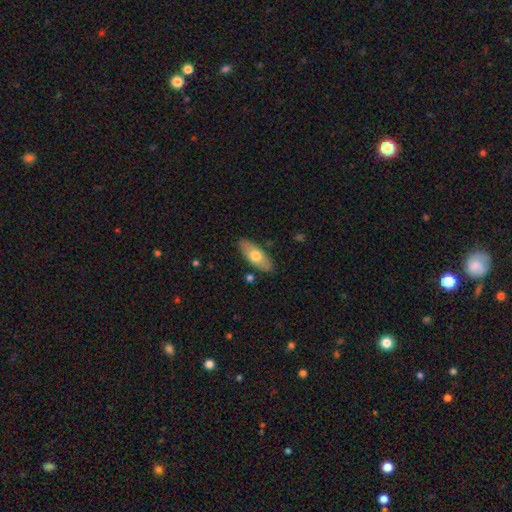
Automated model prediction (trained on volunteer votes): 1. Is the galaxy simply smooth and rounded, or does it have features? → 64% smooth, 30% featured or disk, 6% star or artifact.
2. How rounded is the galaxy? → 82% in between, 16% cigar-shaped, 3% round.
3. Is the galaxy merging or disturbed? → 85% none, 10% minor disturbance, 2% merger, 2% major disturbance.